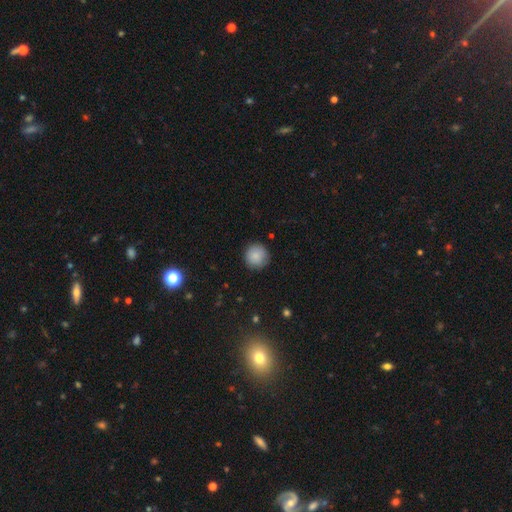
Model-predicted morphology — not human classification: A smooth galaxy with no disk features (87%) that is round (95%). Merging: none (89%).